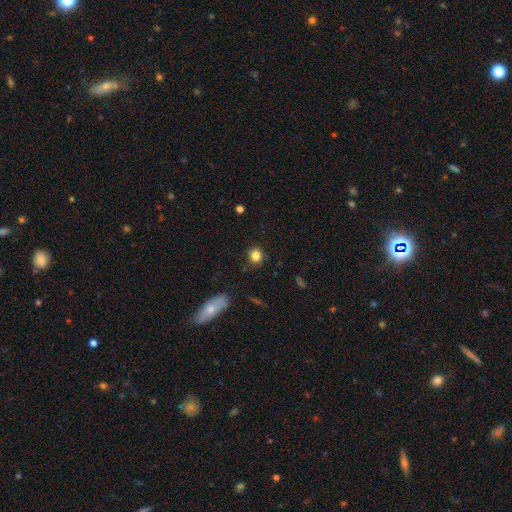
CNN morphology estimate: Smooth or featured? Predicted: smooth (p=0.83). How rounded? Predicted: round (p=0.83). Merging? Predicted: none (p=0.83).